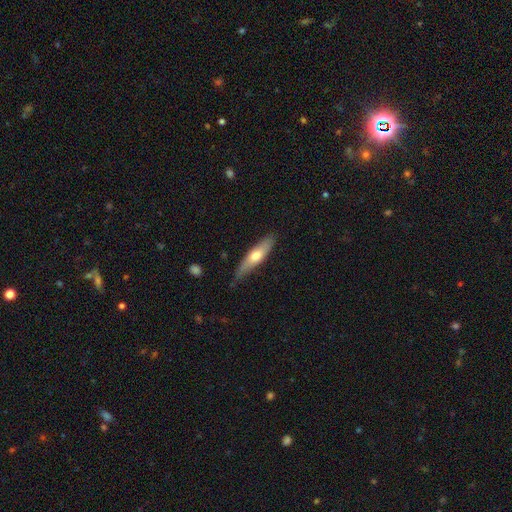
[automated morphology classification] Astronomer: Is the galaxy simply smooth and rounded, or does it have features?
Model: smooth — 55% (runner-up: featured or disk, 39%).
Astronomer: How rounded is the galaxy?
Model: cigar-shaped — 71%.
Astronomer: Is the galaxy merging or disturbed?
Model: none — 80%.